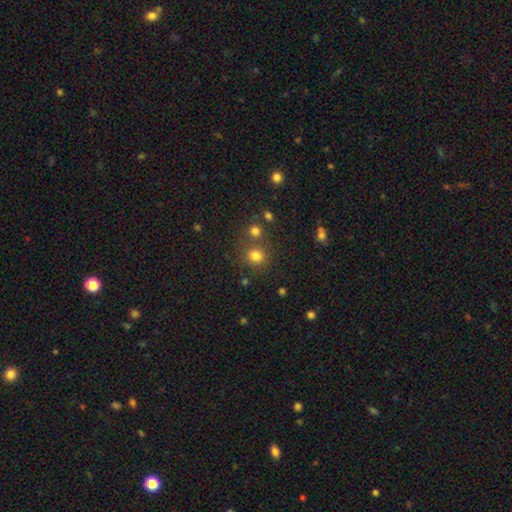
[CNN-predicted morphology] Smooth or featured? Predicted: smooth (p=0.78). How rounded? Predicted: round (p=0.80). Merging? Predicted: none (p=0.69).